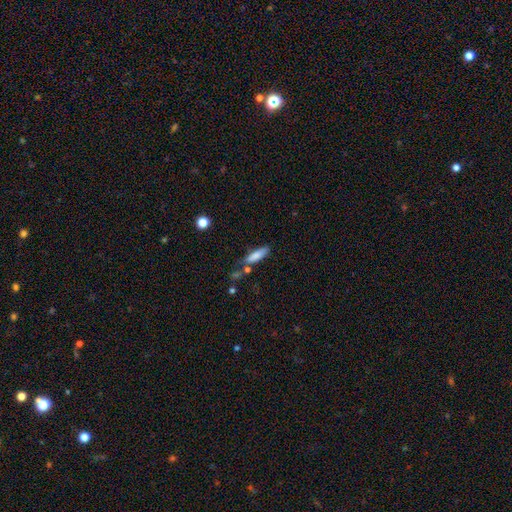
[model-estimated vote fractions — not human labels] Smooth or featured? smooth (78%)
How rounded? cigar-shaped (63%)
Merging? none (62%)